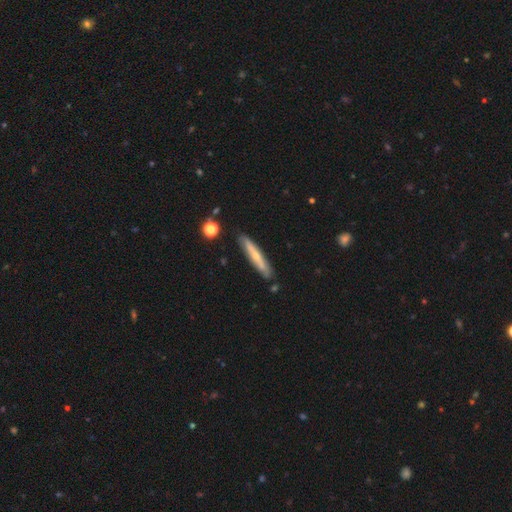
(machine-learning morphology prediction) This appears to be a featured or disk galaxy (51%) viewed edge-on (83%). Merging: none (84%).